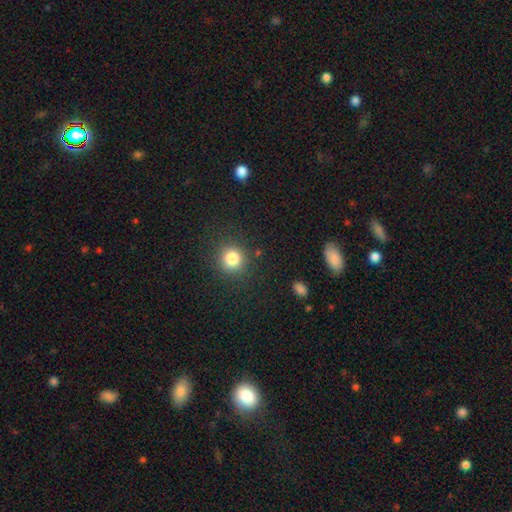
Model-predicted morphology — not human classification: Overall: smooth (62%; star or artifact 33%). How rounded: round (89%). Merging: none (88%).